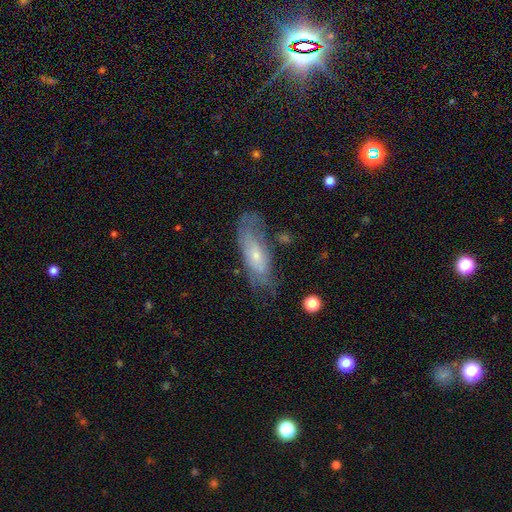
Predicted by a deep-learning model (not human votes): Smooth or featured? Predicted: featured or disk (p=0.49). Merging? Predicted: none (p=0.54).